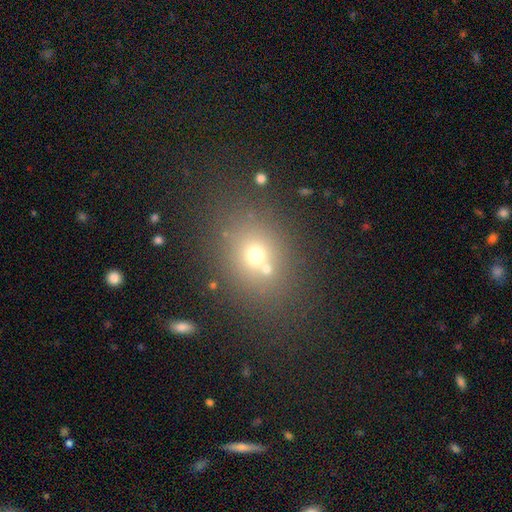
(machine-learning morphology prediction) Smooth or featured?
  - smooth: 63% *
  - star or artifact: 22%
  - featured or disk: 15%
How rounded?
  - round: 53% *
  - in between: 46%
  - cigar-shaped: 1%
Merging?
  - none: 66% *
  - merger: 19%
  - minor disturbance: 11%
  - major disturbance: 5%